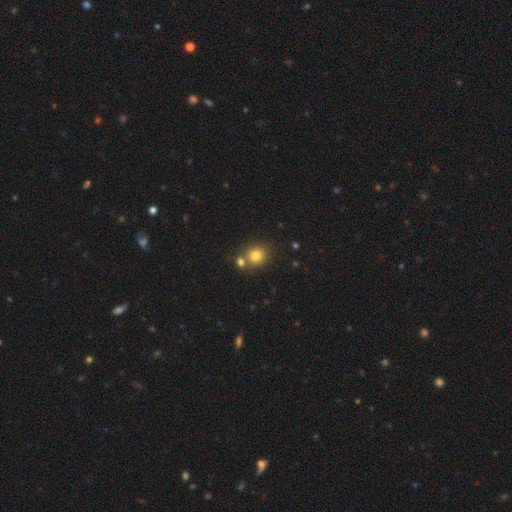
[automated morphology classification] type=smooth (78%); roundness=round (81%); merging=none (64%).